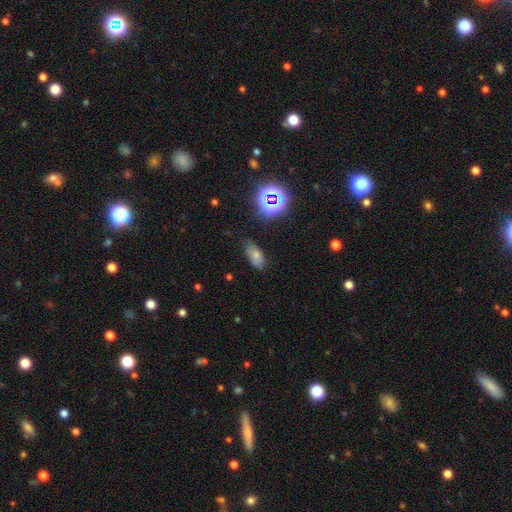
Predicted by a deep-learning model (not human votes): smooth 69%, star or artifact 18%, featured or disk 13%. Down the decision tree: how rounded — in between (87%); merging — none (67%).